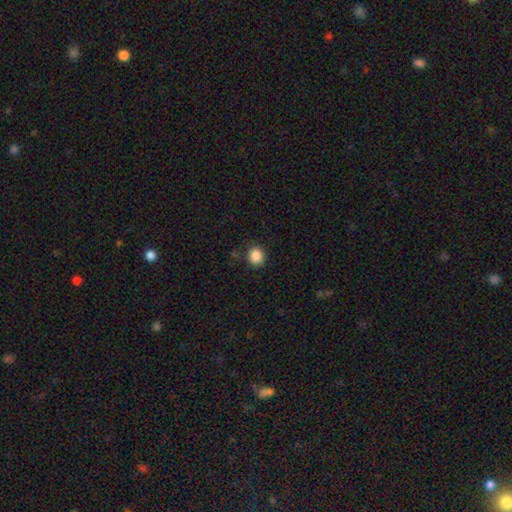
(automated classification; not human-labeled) The model was most divided on "how rounded": round: 82%, in between: 17%, cigar-shaped: 1%. More confident: smooth or featured — smooth (87%); merging — none (86%).